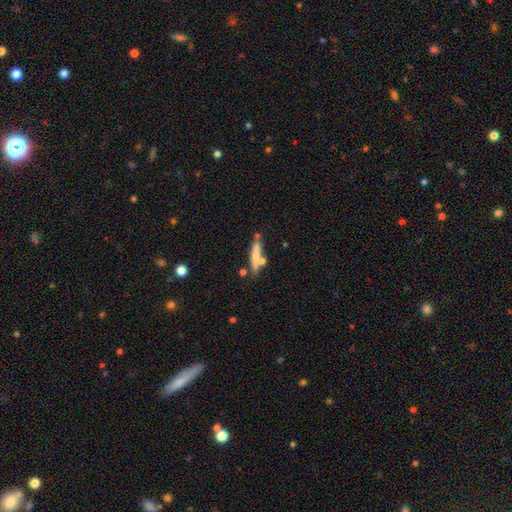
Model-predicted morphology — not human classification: Q: Smooth or featured?
A: smooth (59%); runner-up: featured or disk (33%)
Q: How rounded?
A: cigar-shaped (85%); runner-up: in between (12%)
Q: Merging?
A: none (63%); runner-up: merger (16%)